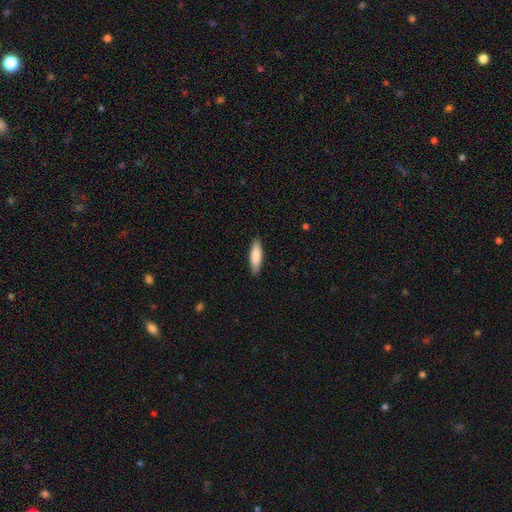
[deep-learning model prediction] Morphology: type=smooth (85%); roundness=cigar-shaped (56%); merging=none (89%).